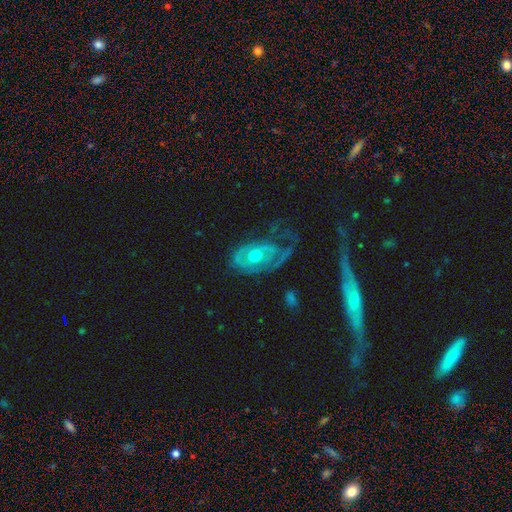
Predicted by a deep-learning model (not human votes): The model was most divided on "merging" (2-way tie): none: 36%, major disturbance: 36%, minor disturbance: 25%, merger: 3%. More confident: edge-on disk — no (94%); bar — no (77%); smooth or featured — featured or disk (75%); spiral arms — yes (71%); bulge size — moderate (68%).